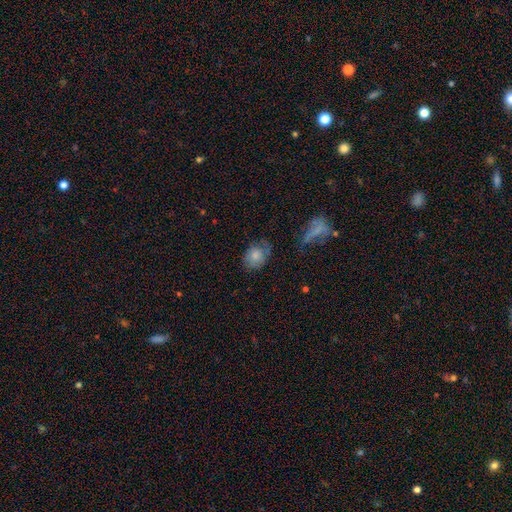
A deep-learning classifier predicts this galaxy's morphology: Smooth or featured? Predicted: smooth (p=0.76). How rounded? Predicted: in between (p=0.53). Merging? Predicted: none (p=0.59).